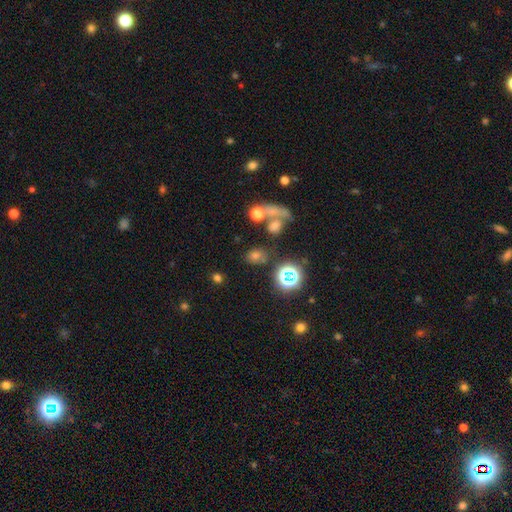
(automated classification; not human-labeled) Overall: smooth (58%; star or artifact 32%). How rounded: round (58%; in between 39%). Merging: none (67%).